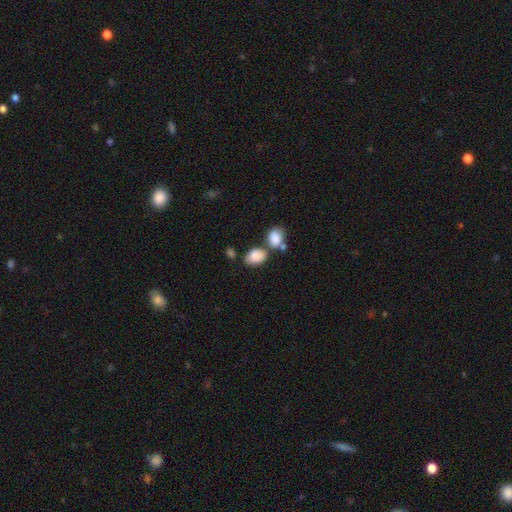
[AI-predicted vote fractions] Smooth or featured? smooth (85%)
How rounded? in between (84%)
Merging? none (44%)